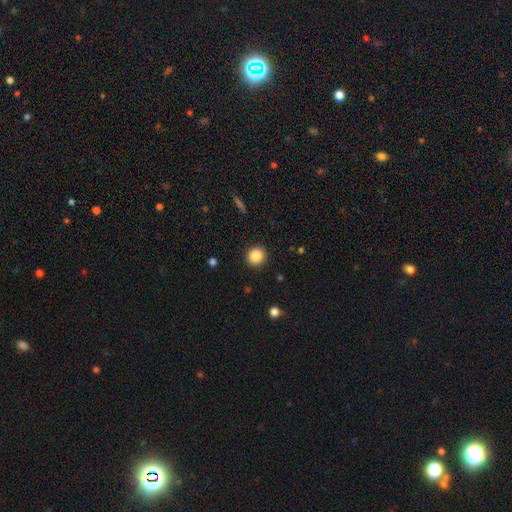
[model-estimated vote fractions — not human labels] Smooth or featured: smooth — 85% (star or artifact — 10%)
How rounded: round — 93% (in between — 6%)
Merging: none — 92% (minor disturbance — 5%)